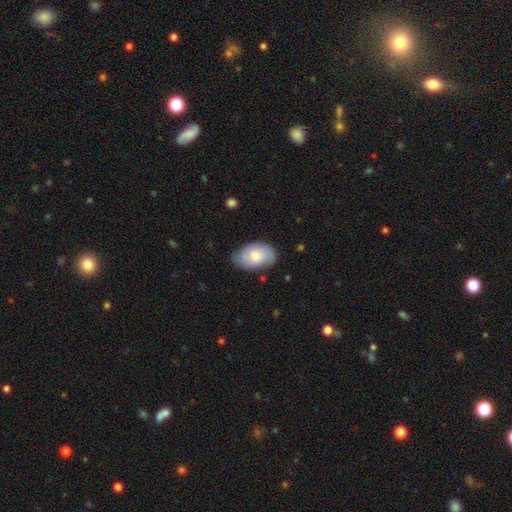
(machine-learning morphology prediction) Smooth or featured?
  - smooth: 69% *
  - featured or disk: 25%
  - star or artifact: 6%
How rounded?
  - in between: 90% *
  - round: 9%
  - cigar-shaped: 1%
Merging?
  - none: 72% *
  - minor disturbance: 22%
  - major disturbance: 4%
  - merger: 1%